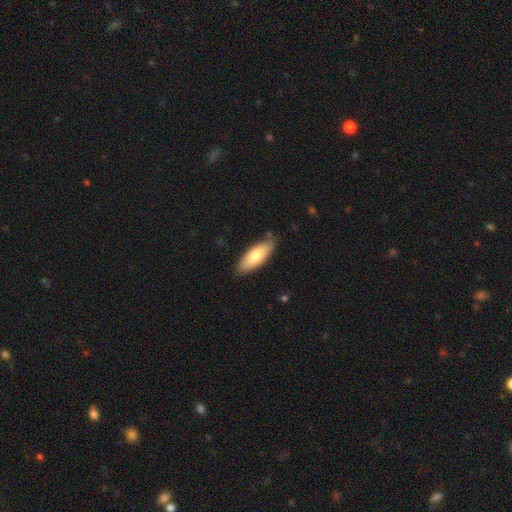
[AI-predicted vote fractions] Morphology: type=smooth (77%); roundness=in between (66%); merging=none (82%).